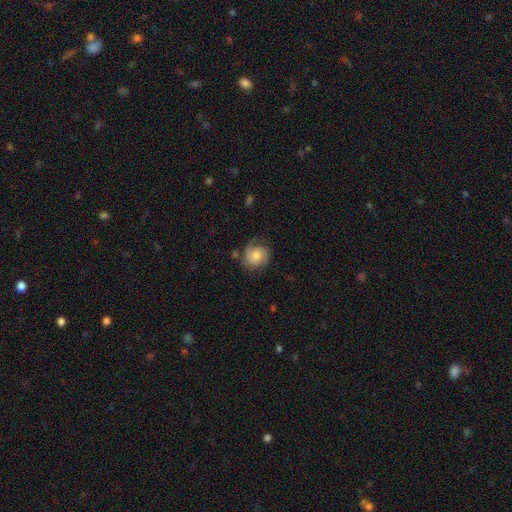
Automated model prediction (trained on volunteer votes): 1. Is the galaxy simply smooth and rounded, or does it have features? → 54% featured or disk, 38% smooth, 8% star or artifact.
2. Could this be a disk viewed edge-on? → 97% no, 3% yes.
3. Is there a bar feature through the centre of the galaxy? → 67% no, 29% weak, 4% strong.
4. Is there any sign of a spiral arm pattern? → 89% yes, 11% no.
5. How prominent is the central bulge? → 52% moderate, 29% small, 12% large, 6% none, 2% dominant.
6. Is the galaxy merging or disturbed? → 59% none, 23% minor disturbance, 14% major disturbance, 3% merger.